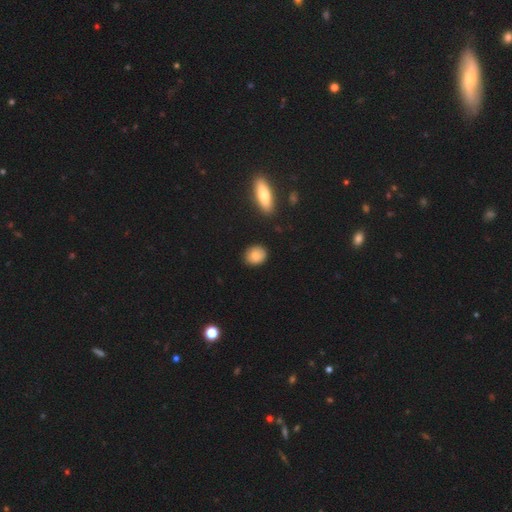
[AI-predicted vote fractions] This appears to be a smooth galaxy with no disk features (83%) that is round (62%). Merging: none (84%).